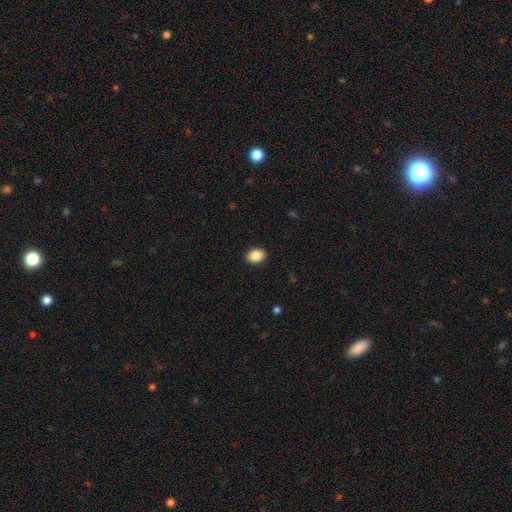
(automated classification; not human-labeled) Smooth or featured? smooth (87%)
How rounded? in between (76%)
Merging? none (91%)